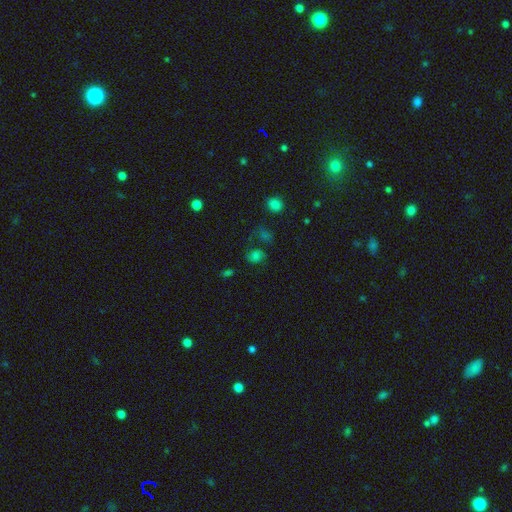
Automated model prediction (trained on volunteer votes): The model was most divided on "how rounded": round: 54%, in between: 45%, cigar-shaped: 1%. More confident: smooth or featured — smooth (56%); merging — none (55%).